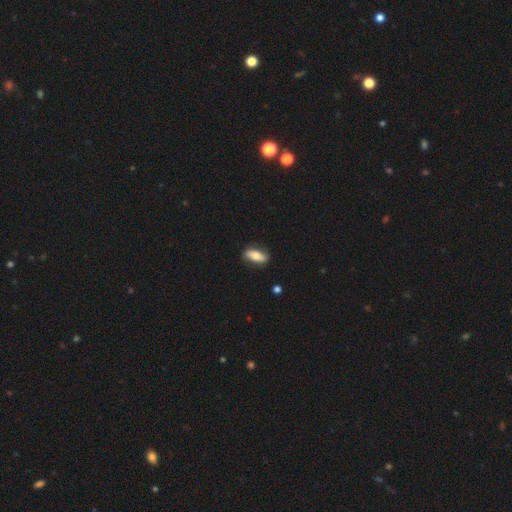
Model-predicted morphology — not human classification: Smooth or featured? smooth (69%)
How rounded? in between (79%)
Merging? none (81%)